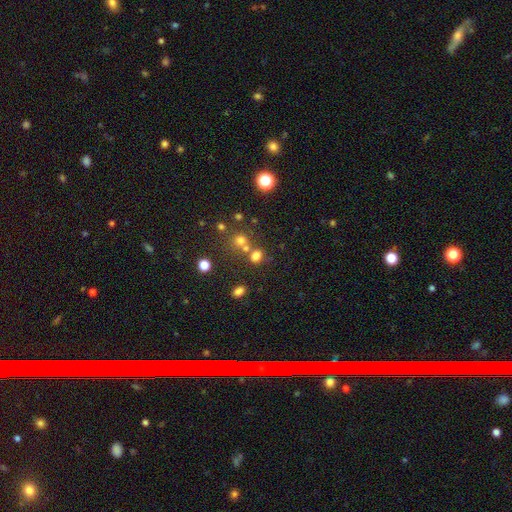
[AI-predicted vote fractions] The model was most divided on "how rounded": round: 56%, in between: 43%, cigar-shaped: 1%. More confident: smooth or featured — smooth (70%); merging — none (54%).